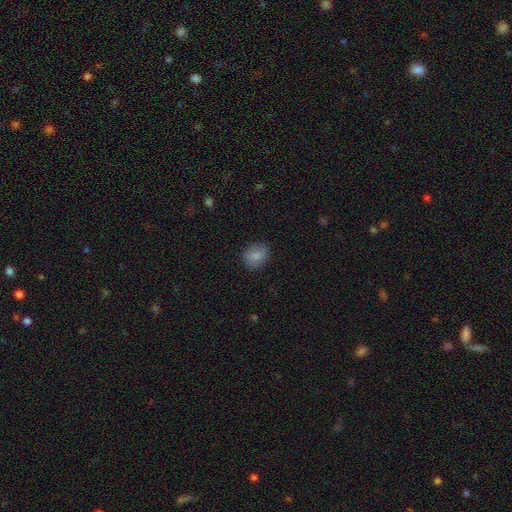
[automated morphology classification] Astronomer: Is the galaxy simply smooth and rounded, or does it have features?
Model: smooth — 82%.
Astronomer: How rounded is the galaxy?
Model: round — 61% (runner-up: in between, 38%).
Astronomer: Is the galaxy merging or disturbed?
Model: none — 84%.